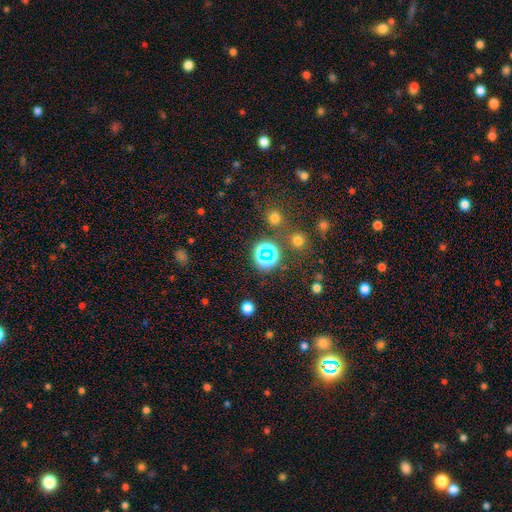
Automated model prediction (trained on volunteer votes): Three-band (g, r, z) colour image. It shows a star or artifact, not a galaxy (65%).